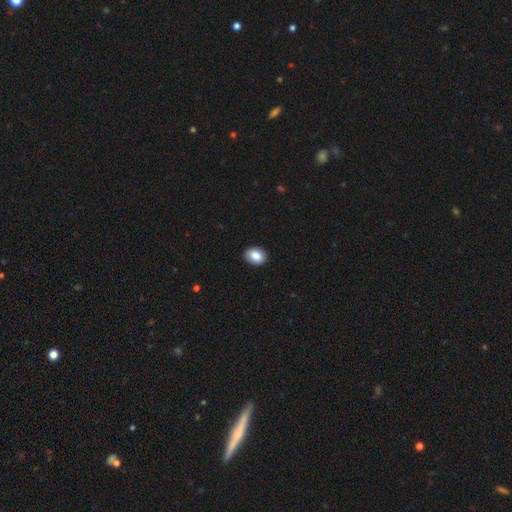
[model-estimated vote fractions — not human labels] Q: Smooth or featured?
A: smooth (86%); runner-up: star or artifact (7%)
Q: How rounded?
A: in between (69%); runner-up: round (30%)
Q: Merging?
A: none (90%); runner-up: minor disturbance (8%)